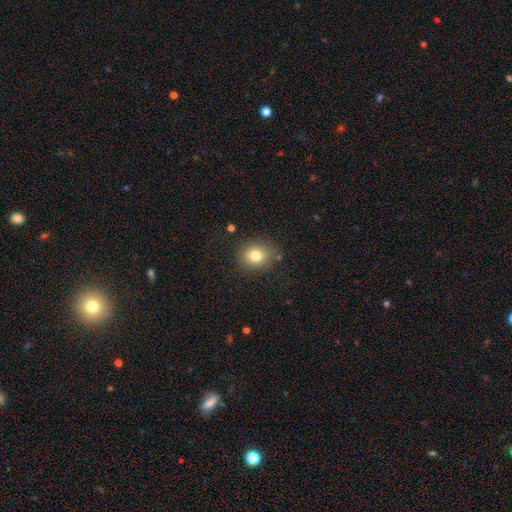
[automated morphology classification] type=smooth (79%); roundness=round (72%); merging=none (82%).